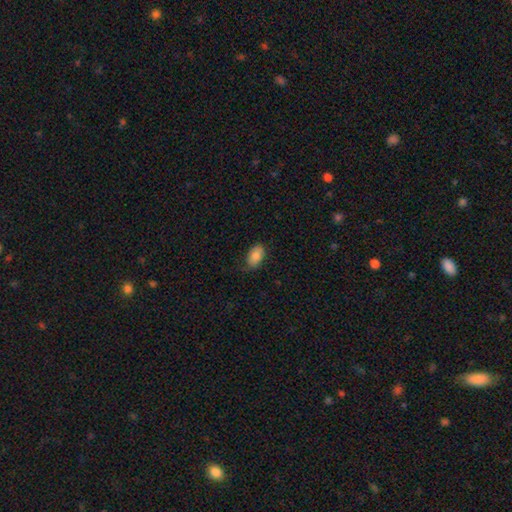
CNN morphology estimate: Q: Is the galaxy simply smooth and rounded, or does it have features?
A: smooth — 85%.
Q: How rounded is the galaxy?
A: in between — 93%.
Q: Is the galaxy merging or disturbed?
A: none — 71%.